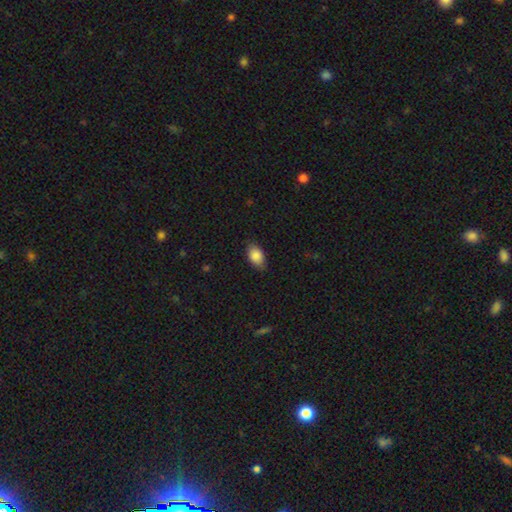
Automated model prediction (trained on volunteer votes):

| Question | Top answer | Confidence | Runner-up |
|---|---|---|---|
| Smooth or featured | smooth | 86% | star or artifact (7%) |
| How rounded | in between | 90% | round (8%) |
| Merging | none | 79% | minor disturbance (17%) |